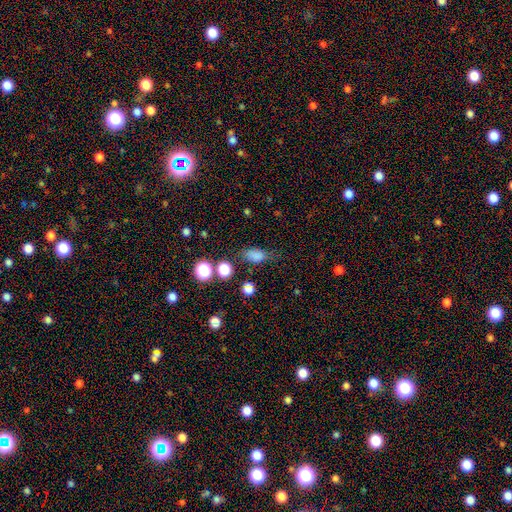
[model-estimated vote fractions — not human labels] This appears to be a smooth galaxy with no disk features (76%) that is in between round and cigar-shaped (80%). Merging: none (63%).